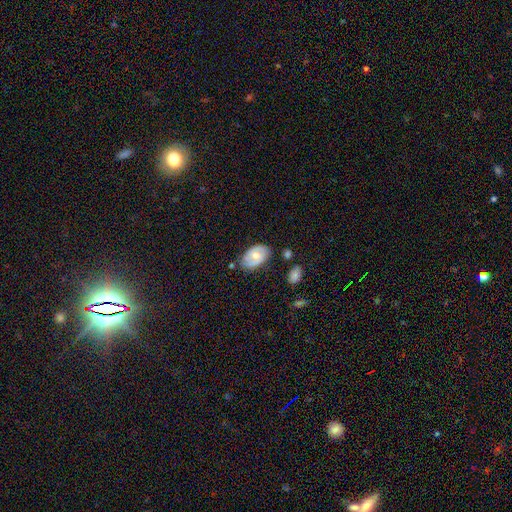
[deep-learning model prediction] smooth-or-featured: featured or disk: 50% | smooth: 44% | star or artifact: 7%
  merging: none: 69% | minor disturbance: 22% | major disturbance: 5% | merger: 5%